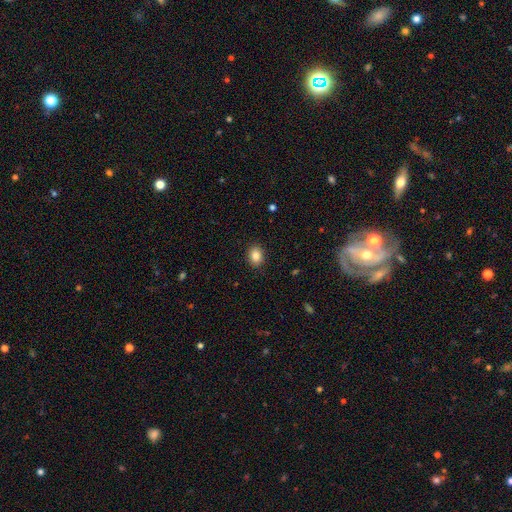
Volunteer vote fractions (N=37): A smooth galaxy with no disk features (81%) that is round (53%). Merging: none (86%).